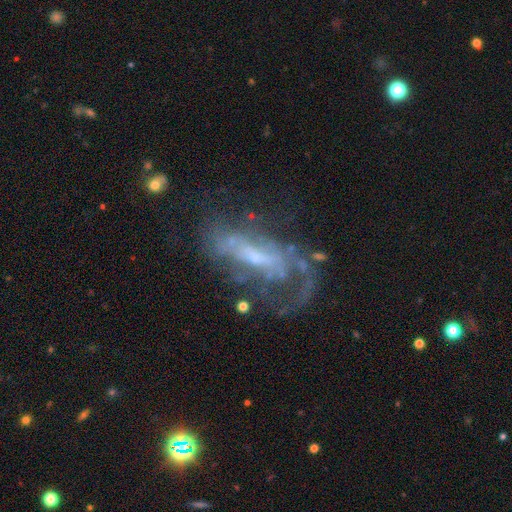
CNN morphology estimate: smooth_or_featured: featured or disk (p=0.76) [alt: smooth p=0.14]
disk_edge_on: no (p=0.89) [alt: yes p=0.11]
bar: no (p=0.40) [alt: weak p=0.39]
has_spiral_arms: yes (p=0.69) [alt: no p=0.31]
bulge_size: small (p=0.59) [alt: moderate p=0.26]
merging: none (p=0.43) [alt: major disturbance p=0.33]